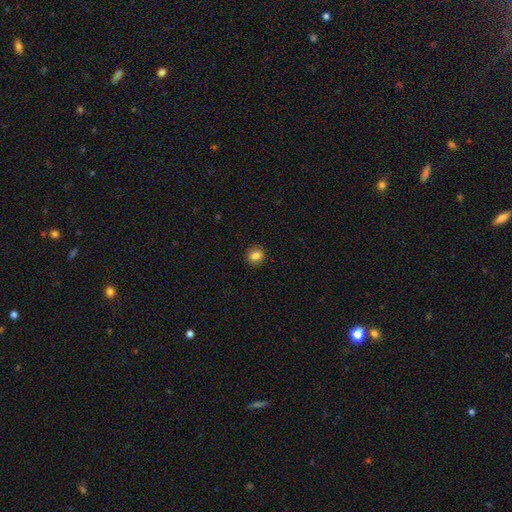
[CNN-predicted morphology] Smooth or featured? smooth (83%)
How rounded? round (84%)
Merging? none (91%)